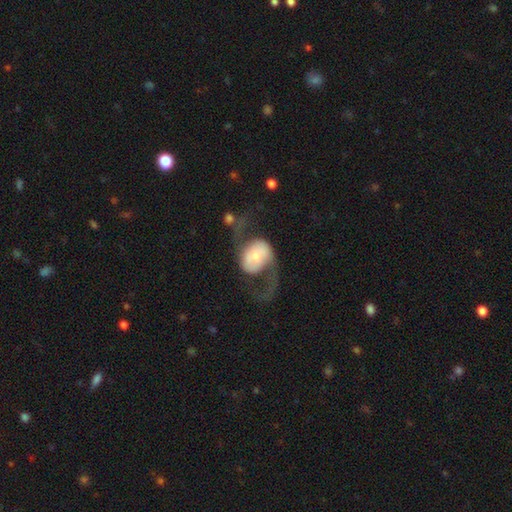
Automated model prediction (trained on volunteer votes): Q: Smooth or featured?
A: featured or disk (68%); runner-up: smooth (26%)
Q: Edge-on disk?
A: no (95%); runner-up: yes (5%)
Q: Bar?
A: no (60%); runner-up: weak (27%)
Q: Spiral arms?
A: yes (81%); runner-up: no (19%)
Q: Spiral winding?
A: loose (71%); runner-up: medium (24%)
Q: Spiral arm count?
A: 2 (88%); runner-up: 1 (5%)
Q: Bulge size?
A: small (43%); runner-up: moderate (39%)
Q: Merging?
A: none (41%); runner-up: major disturbance (38%)